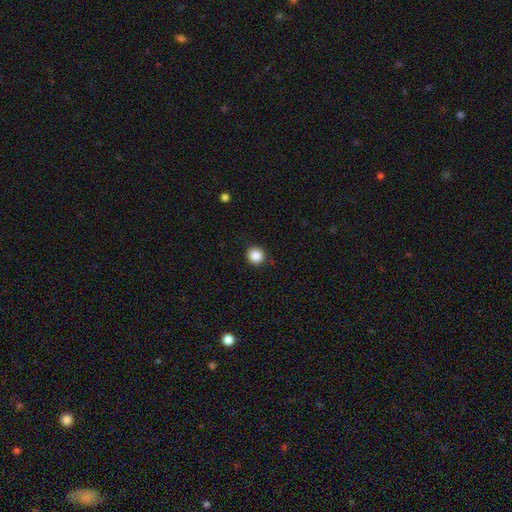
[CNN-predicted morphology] type=smooth (86%); roundness=round (94%); merging=none (91%).